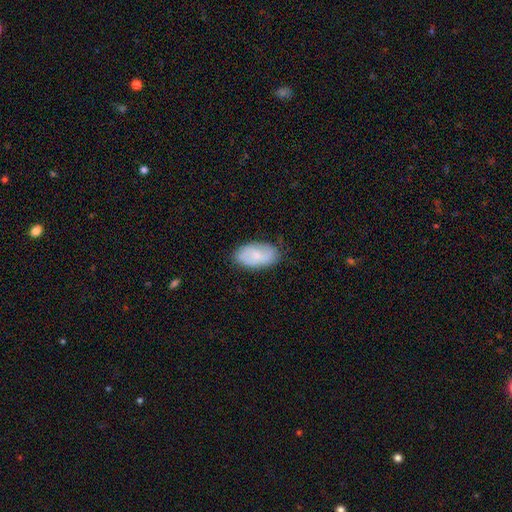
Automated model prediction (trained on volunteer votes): smooth_or_featured: smooth (p=0.67) [alt: featured or disk p=0.27]
how_rounded: in between (p=0.94) [alt: round p=0.04]
merging: none (p=0.78) [alt: minor disturbance p=0.17]